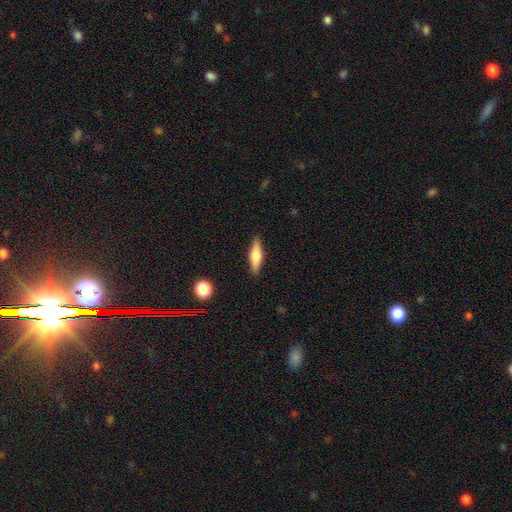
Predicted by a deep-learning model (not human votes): Morphology: type=smooth (55%); roundness=cigar-shaped (61%); merging=none (88%).